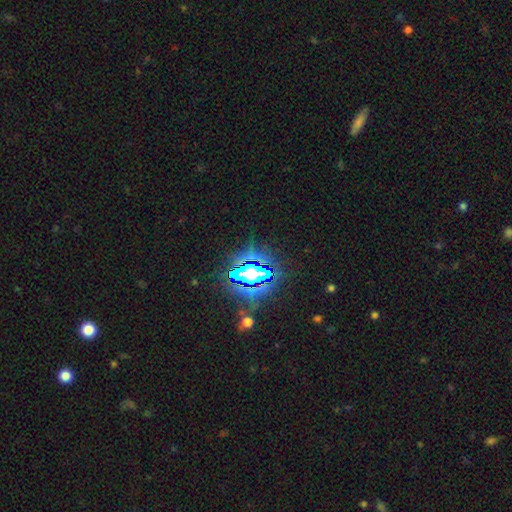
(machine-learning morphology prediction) A star or artifact, not a galaxy (83%).